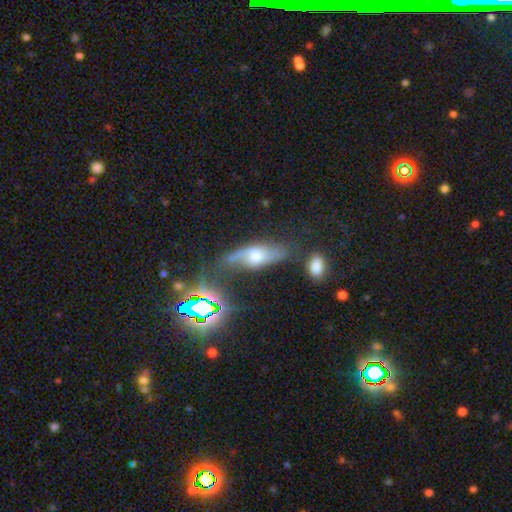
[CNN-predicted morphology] This appears to be a featured or disk galaxy (53%). Merging: none (46%).